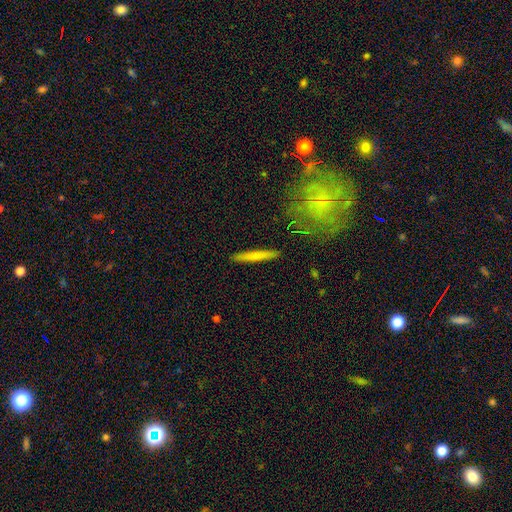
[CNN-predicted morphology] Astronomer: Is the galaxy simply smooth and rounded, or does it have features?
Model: smooth — 69%.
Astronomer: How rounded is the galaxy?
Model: cigar-shaped — 95%.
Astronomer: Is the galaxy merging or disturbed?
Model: none — 89%.